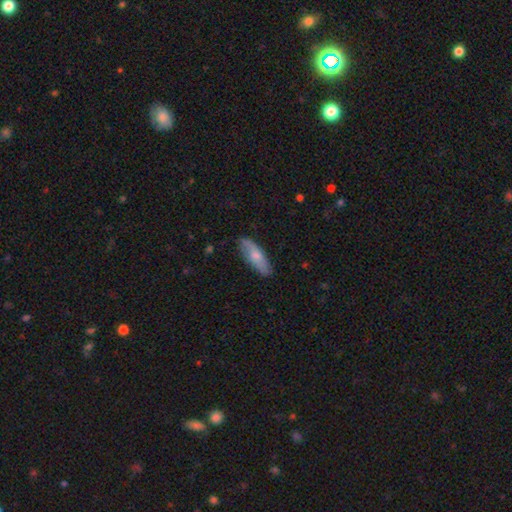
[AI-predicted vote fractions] This appears to be a smooth galaxy with no disk features (64%) that is in between round and cigar-shaped (64%). Merging: none (81%).